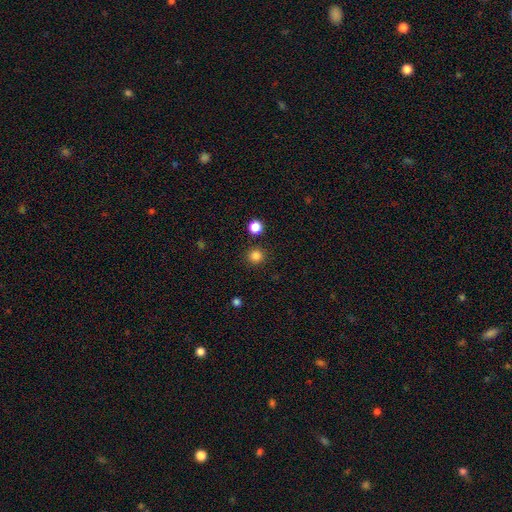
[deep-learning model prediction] Smooth or featured: smooth — 84% (star or artifact — 13%)
How rounded: round — 94% (in between — 5%)
Merging: none — 90% (minor disturbance — 5%)